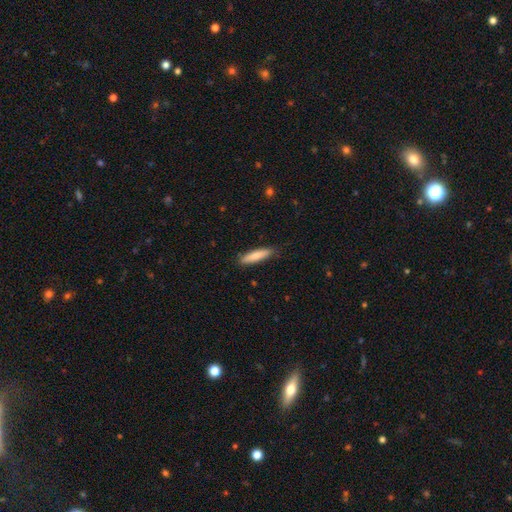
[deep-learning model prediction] Smooth or featured: smooth — 80% (featured or disk — 14%)
How rounded: cigar-shaped — 80% (in between — 19%)
Merging: none — 84% (minor disturbance — 13%)